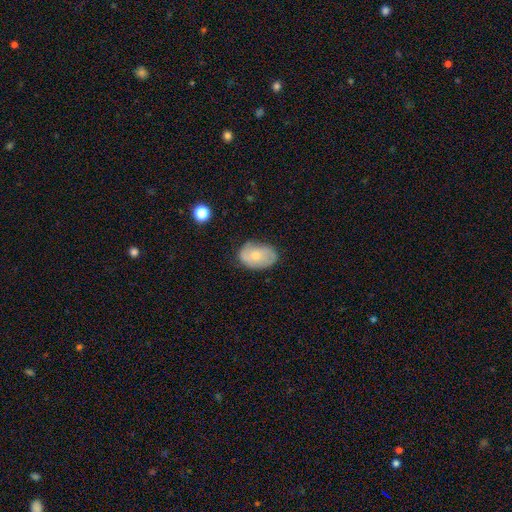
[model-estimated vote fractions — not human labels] This appears to be a smooth galaxy with no disk features (59%) that is in between round and cigar-shaped (84%). Merging: none (67%).